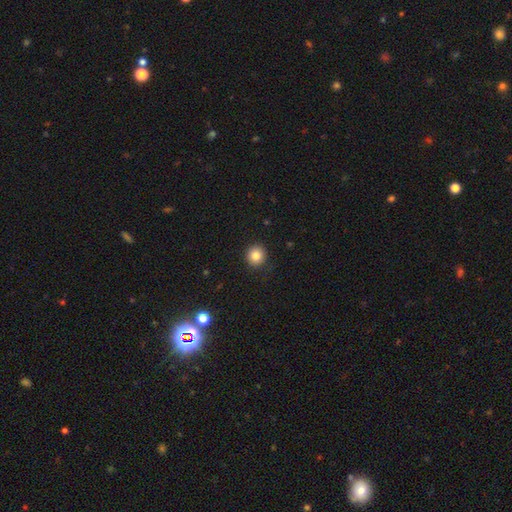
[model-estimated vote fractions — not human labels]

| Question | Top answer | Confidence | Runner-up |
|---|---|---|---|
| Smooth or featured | smooth | 83% | star or artifact (11%) |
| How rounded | round | 92% | in between (7%) |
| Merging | none | 90% | minor disturbance (7%) |